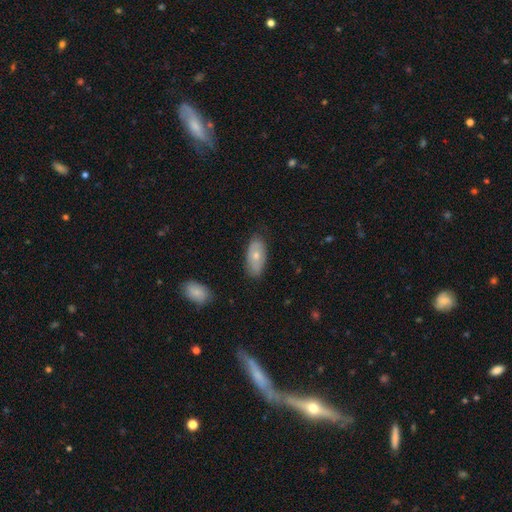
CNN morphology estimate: Q: Smooth or featured?
A: smooth (63%); runner-up: featured or disk (31%)
Q: How rounded?
A: in between (91%); runner-up: cigar-shaped (6%)
Q: Merging?
A: none (80%); runner-up: minor disturbance (16%)